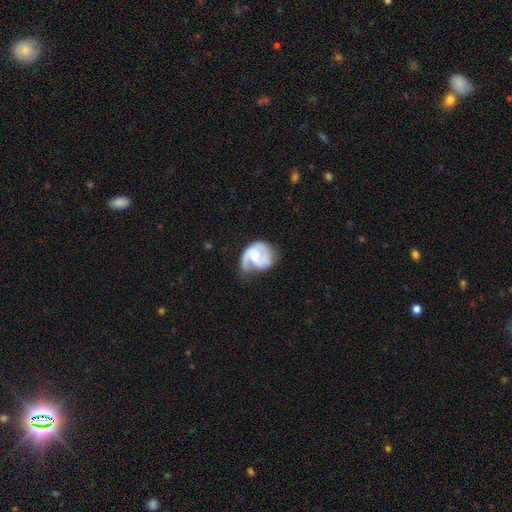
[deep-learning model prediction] This appears to be a featured or disk galaxy (74%) with no bar (56%), 2 (52%) medium (44%) spiral arms (93%) and a small central bulge (37%). Merging: none (38%).